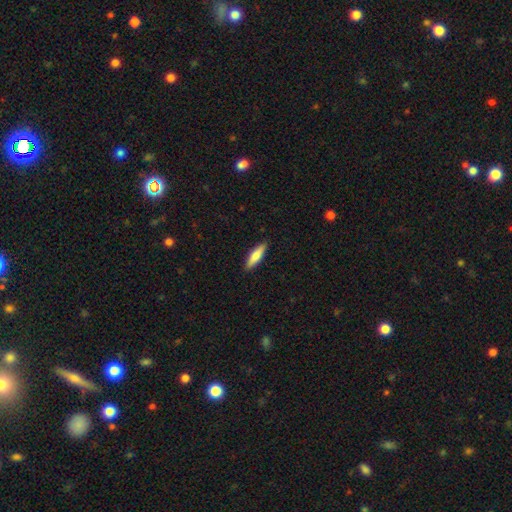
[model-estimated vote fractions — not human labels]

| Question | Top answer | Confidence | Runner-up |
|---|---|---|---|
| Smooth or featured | smooth | 71% | featured or disk (24%) |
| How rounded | cigar-shaped | 67% | in between (32%) |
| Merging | none | 90% | minor disturbance (8%) |